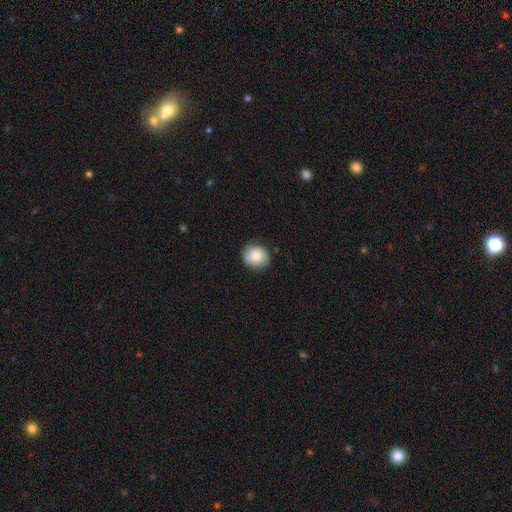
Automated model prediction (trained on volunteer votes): smooth 83%, featured or disk 10%, star or artifact 7%. Down the decision tree: how rounded — round (72%); merging — none (84%).